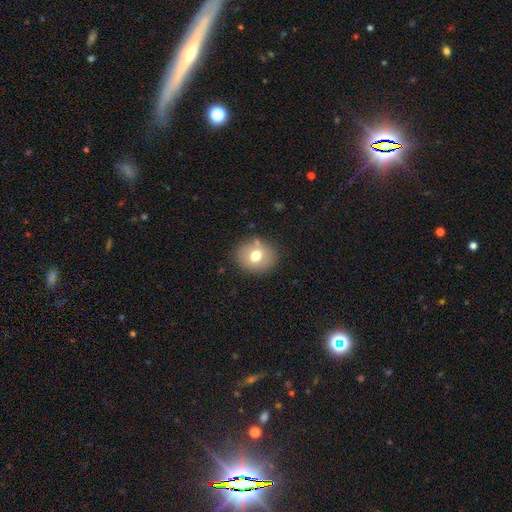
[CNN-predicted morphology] smooth_or_featured: smooth (p=0.70) [alt: featured or disk p=0.20]
how_rounded: round (p=0.73) [alt: in between p=0.26]
merging: none (p=0.82) [alt: minor disturbance p=0.11]